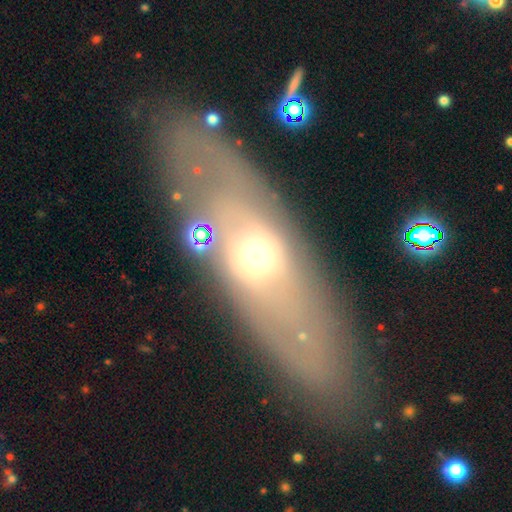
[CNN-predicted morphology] type=featured or disk (44%); merging=none (65%).